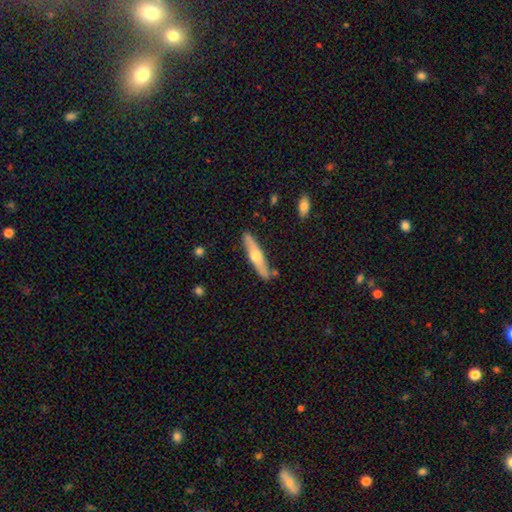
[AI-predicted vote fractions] This appears to be a featured or disk galaxy (52%) viewed edge-on (90%). Merging: none (85%).